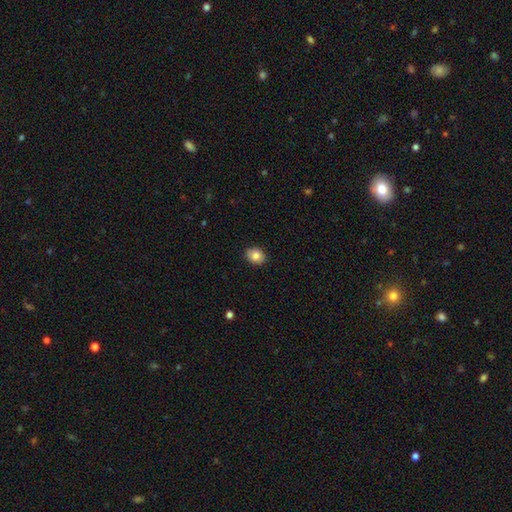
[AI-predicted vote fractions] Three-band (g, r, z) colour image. It shows a smooth galaxy with no disk features (84%) that is in between round and cigar-shaped (55%). Merging: none (89%).